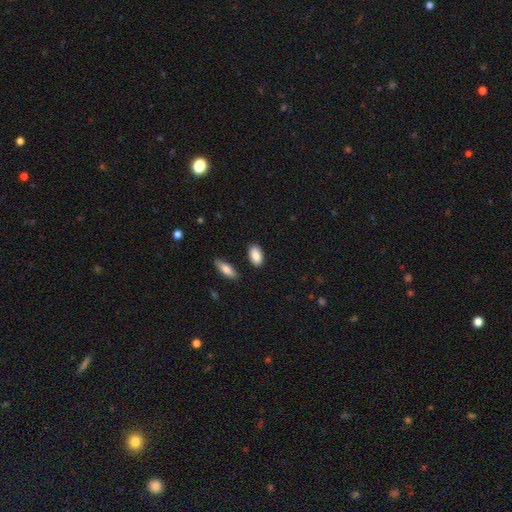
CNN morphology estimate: The model was most divided on "merging": none: 85%, minor disturbance: 10%, merger: 3%, major disturbance: 2%. More confident: how rounded — in between (92%); smooth or featured — smooth (87%).